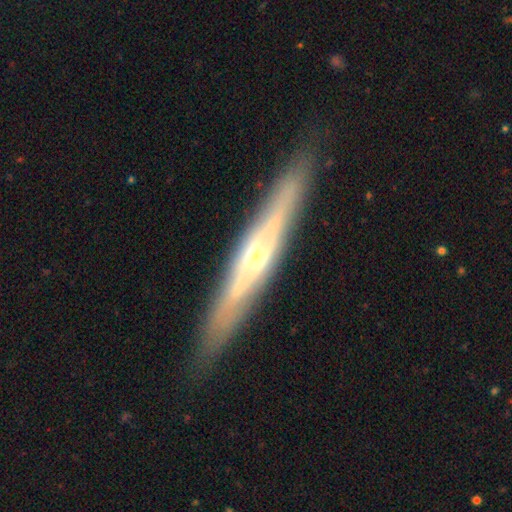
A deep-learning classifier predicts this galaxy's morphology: smooth_or_featured: featured or disk (p=0.74) [alt: smooth p=0.20]
disk_edge_on: yes (p=0.88) [alt: no p=0.12]
edge_on_bulge: rounded (p=0.76) [alt: none p=0.16]
merging: none (p=0.88) [alt: minor disturbance p=0.09]